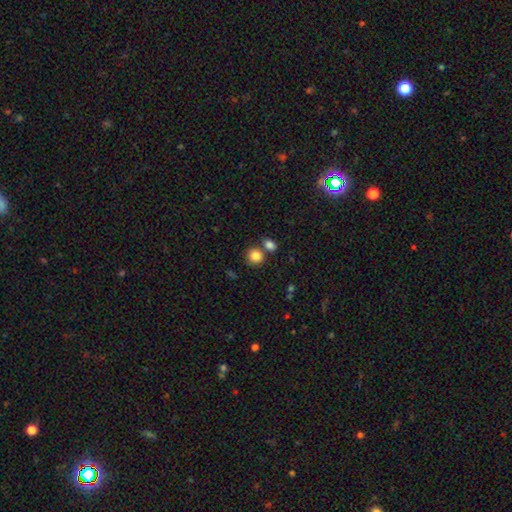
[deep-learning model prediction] Overall: smooth (85%). How rounded: round (83%). Merging: none (66%).